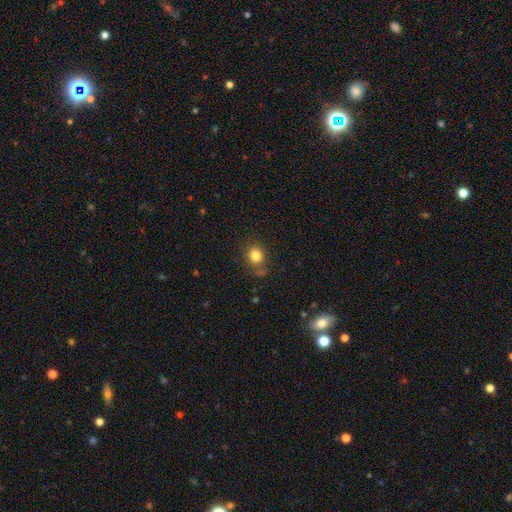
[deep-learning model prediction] Smooth or featured?
  - smooth: 82% *
  - star or artifact: 12%
  - featured or disk: 6%
How rounded?
  - round: 79% *
  - in between: 20%
  - cigar-shaped: 1%
Merging?
  - none: 76% *
  - minor disturbance: 14%
  - merger: 5%
  - major disturbance: 5%